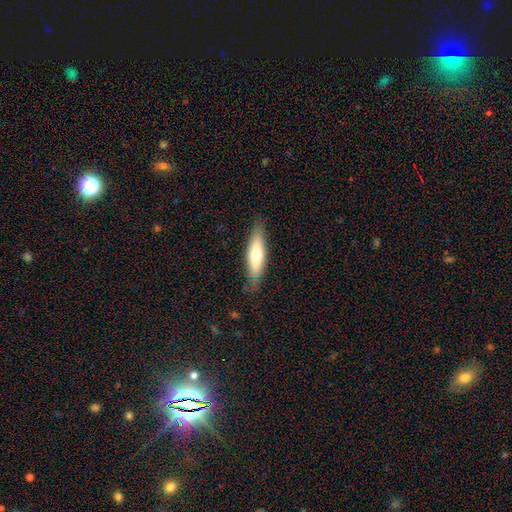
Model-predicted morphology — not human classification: Smooth or featured: smooth — 60% (featured or disk — 34%)
How rounded: cigar-shaped — 61% (in between — 37%)
Merging: none — 82% (minor disturbance — 14%)